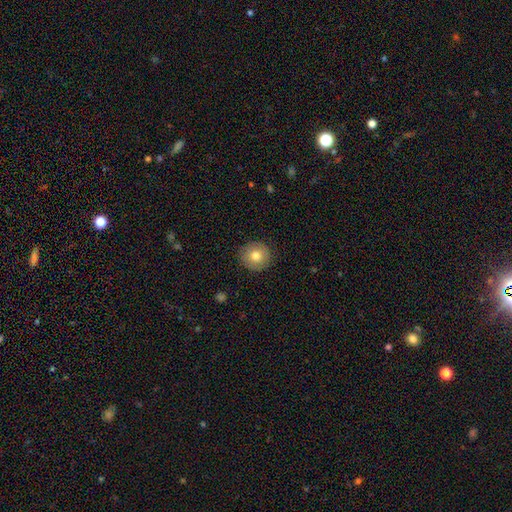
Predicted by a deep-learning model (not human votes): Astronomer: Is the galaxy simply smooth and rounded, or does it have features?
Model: smooth — 76%.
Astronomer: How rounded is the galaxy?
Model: round — 92%.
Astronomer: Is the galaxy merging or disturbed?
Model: none — 89%.